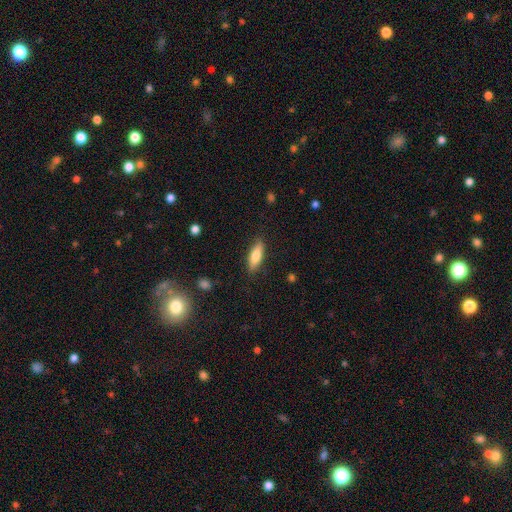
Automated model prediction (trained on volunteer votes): This is likely a smooth galaxy (73%). How rounded: possibly in between (52%). Merging: clearly none (84%).